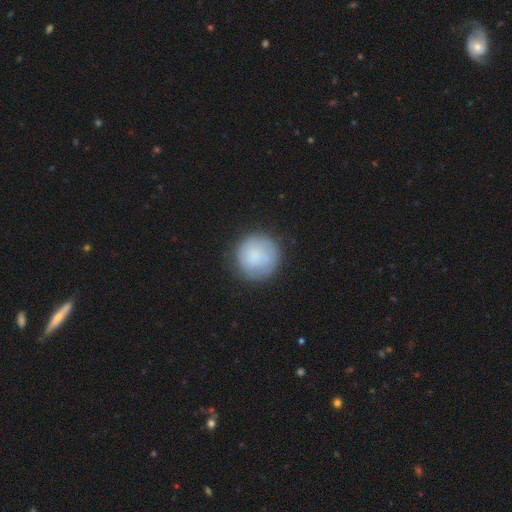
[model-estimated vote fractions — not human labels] Smooth or featured? Predicted: smooth (p=0.77). How rounded? Predicted: round (p=0.94). Merging? Predicted: none (p=0.79).